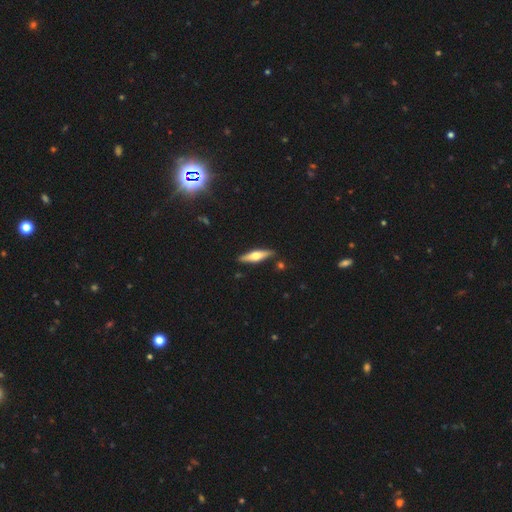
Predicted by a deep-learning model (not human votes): Morphology: type=featured or disk (53%); edge-on=yes (94%); merging=none (87%).